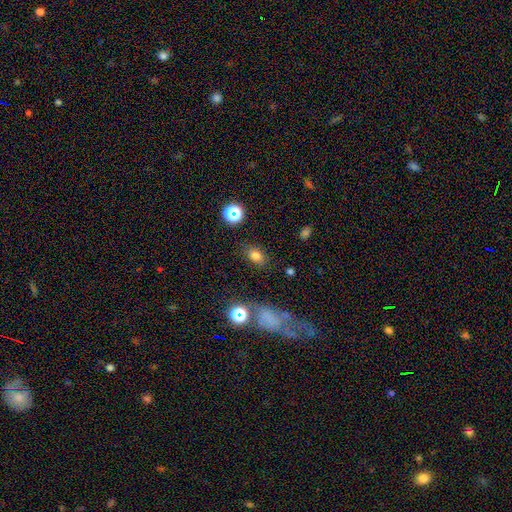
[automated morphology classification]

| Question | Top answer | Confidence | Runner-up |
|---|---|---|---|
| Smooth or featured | smooth | 76% | star or artifact (16%) |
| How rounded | in between | 75% | round (23%) |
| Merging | none | 82% | minor disturbance (11%) |